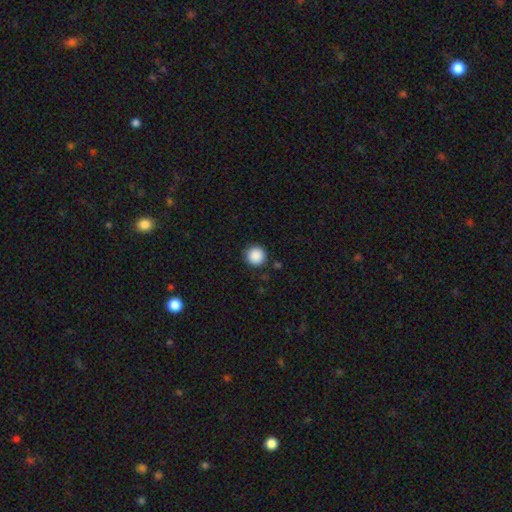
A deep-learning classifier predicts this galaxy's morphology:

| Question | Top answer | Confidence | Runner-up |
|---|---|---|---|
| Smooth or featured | smooth | 89% | star or artifact (9%) |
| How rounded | round | 96% | in between (3%) |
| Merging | none | 90% | minor disturbance (6%) |